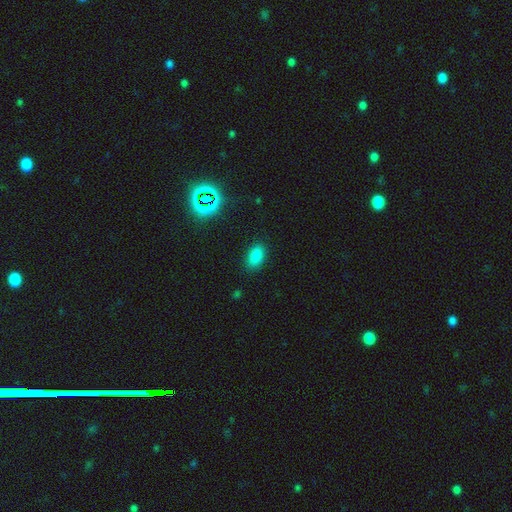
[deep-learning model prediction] A smooth galaxy with no disk features (83%) that is in between round and cigar-shaped (90%).

Vote fractions:
- Smooth or featured? smooth: 83% / star or artifact: 13% / featured or disk: 5%
- How rounded? in between: 90% / round: 7% / cigar-shaped: 3%
- Merging? none: 86% / minor disturbance: 10% / major disturbance: 3% / merger: 1%